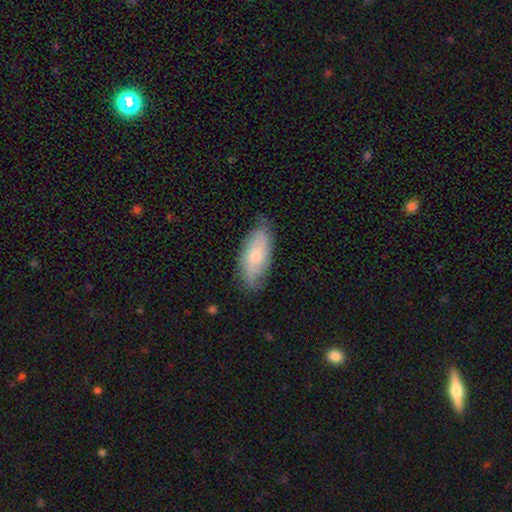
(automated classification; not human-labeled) smooth_or_featured: smooth (p=0.53) [alt: featured or disk p=0.41]
how_rounded: in between (p=0.86) [alt: cigar-shaped p=0.11]
merging: none (p=0.70) [alt: minor disturbance p=0.24]